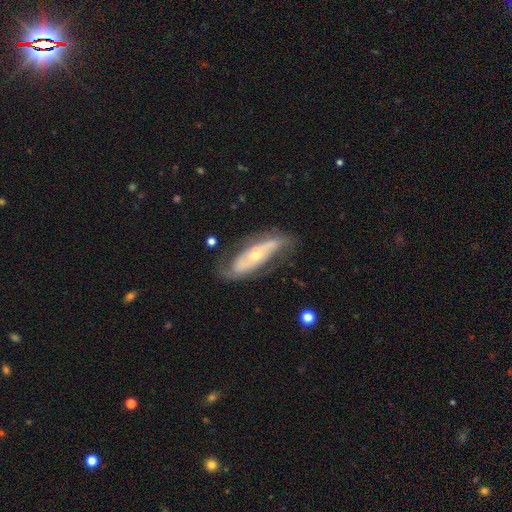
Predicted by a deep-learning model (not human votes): smooth_or_featured: featured or disk (p=0.77) [alt: smooth p=0.17]
disk_edge_on: no (p=0.82) [alt: yes p=0.18]
bar: no (p=0.55) [alt: weak p=0.24]
has_spiral_arms: yes (p=0.81) [alt: no p=0.19]
spiral_winding: medium (p=0.39) [alt: loose p=0.32]
spiral_arm_count: 2 (p=0.76) [alt: can't tell p=0.16]
bulge_size: small (p=0.59) [alt: moderate p=0.37]
merging: none (p=0.64) [alt: minor disturbance p=0.21]